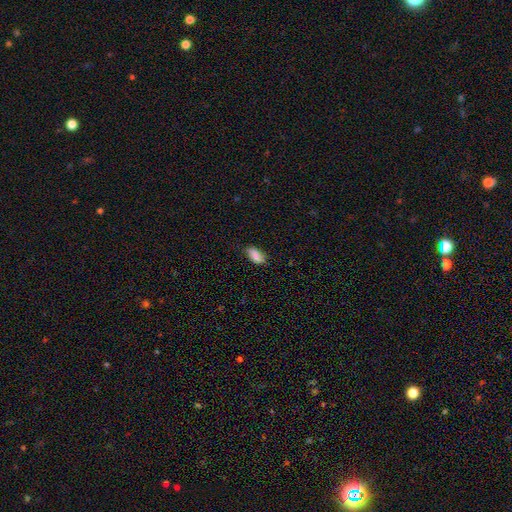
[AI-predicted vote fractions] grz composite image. It shows a smooth galaxy with no disk features (85%) that is in between round and cigar-shaped (92%). Merging: none (74%).